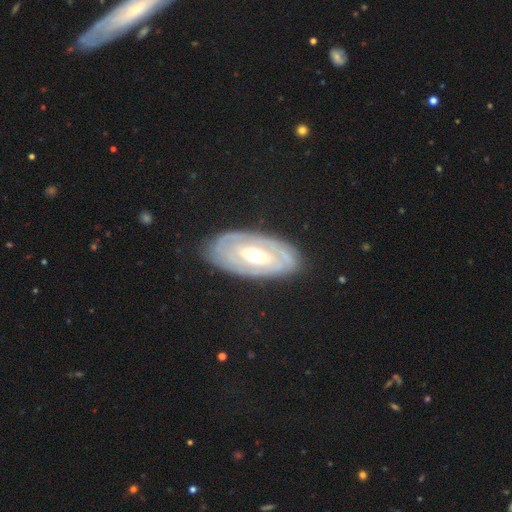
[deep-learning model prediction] This is likely a featured or disk galaxy (80%). It is clearly not viewed edge-on (90%). Bar: possibly no (46%). Spiral arm pattern: likely yes (69%). Central bulge: likely moderate (74%). Merging: clearly none (81%).